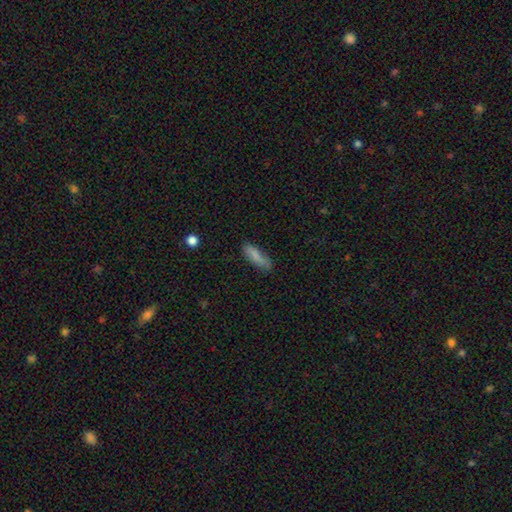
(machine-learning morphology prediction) The model was most divided on "how rounded": cigar-shaped: 57%, in between: 41%, round: 2%. More confident: smooth or featured — smooth (81%); merging — none (69%).